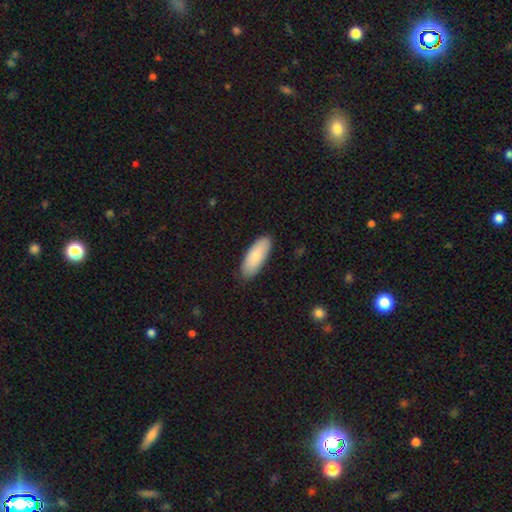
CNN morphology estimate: Smooth or featured?
  - smooth: 83% *
  - featured or disk: 12%
  - star or artifact: 5%
How rounded?
  - in between: 78% *
  - cigar-shaped: 20%
  - round: 2%
Merging?
  - none: 86% *
  - minor disturbance: 11%
  - major disturbance: 2%
  - merger: 1%